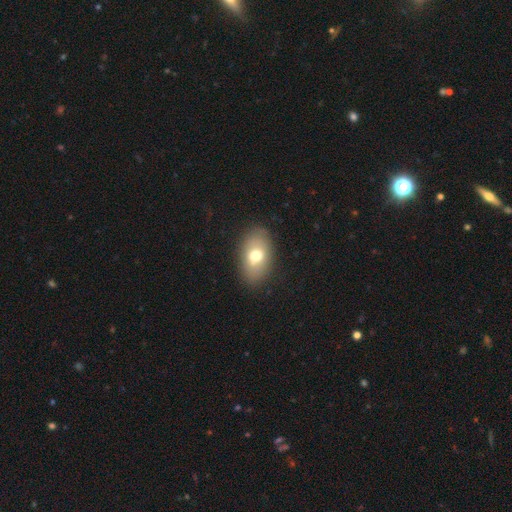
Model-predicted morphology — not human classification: This appears to be a smooth galaxy with no disk features (68%) that is in between round and cigar-shaped (87%). Merging: none (82%).